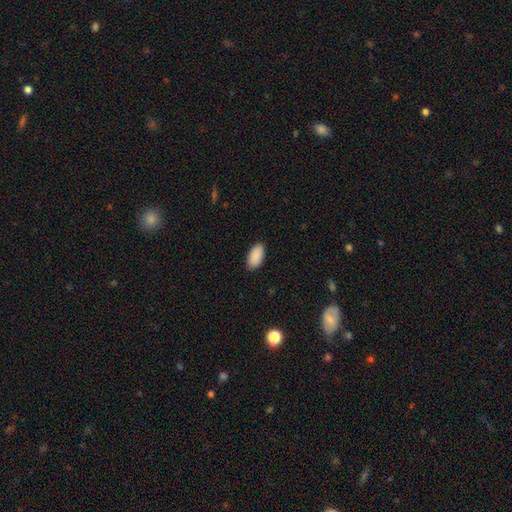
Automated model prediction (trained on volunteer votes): Smooth or featured: smooth — 91% (star or artifact — 6%)
How rounded: in between — 95% (cigar-shaped — 2%)
Merging: none — 89% (minor disturbance — 8%)